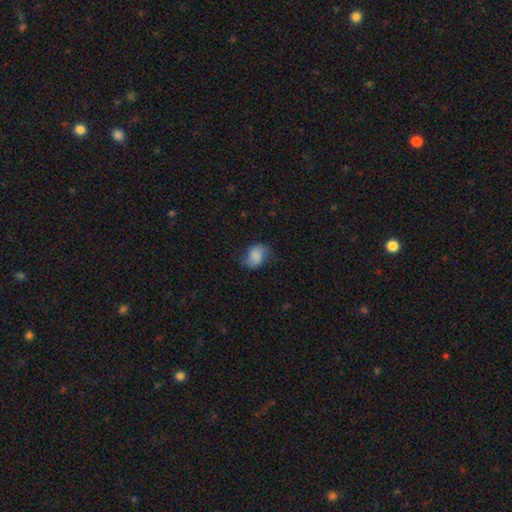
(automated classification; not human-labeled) smooth 73%, featured or disk 19%, star or artifact 9%. Down the decision tree: how rounded — in between (71%); merging — none (65%).